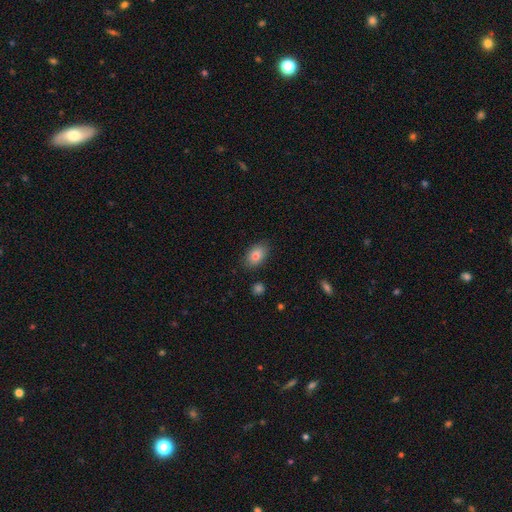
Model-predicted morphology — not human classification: smooth 80%, featured or disk 11%, star or artifact 8%. Down the decision tree: how rounded — in between (86%); merging — none (85%).